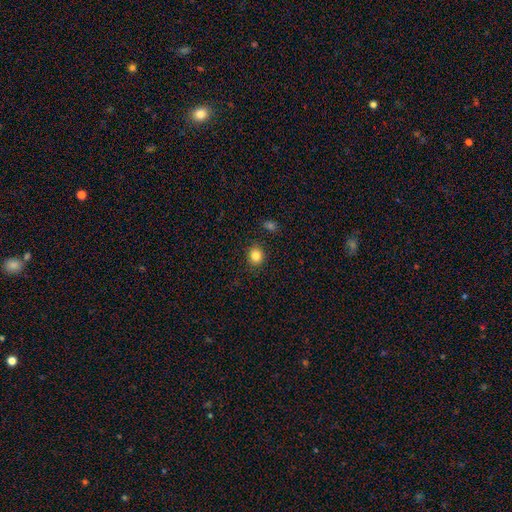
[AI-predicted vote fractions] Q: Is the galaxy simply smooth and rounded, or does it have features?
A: smooth — 84%.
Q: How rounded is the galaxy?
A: round — 77%.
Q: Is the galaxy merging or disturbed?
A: none — 88%.